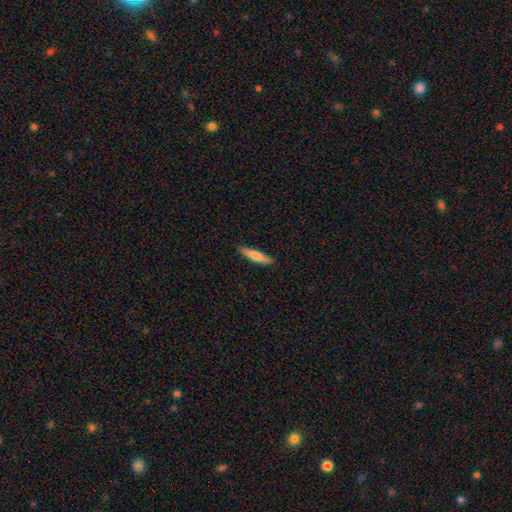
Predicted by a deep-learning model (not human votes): A smooth galaxy with no disk features (75%) that is cigar-shaped (82%). Merging: none (88%).